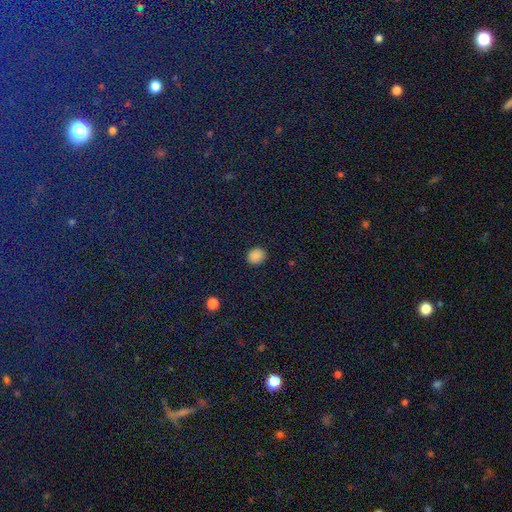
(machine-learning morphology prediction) Smooth or featured? smooth (87%)
How rounded? round (71%)
Merging? none (90%)